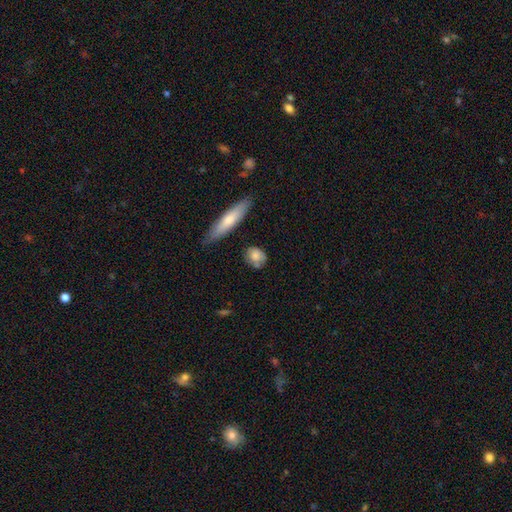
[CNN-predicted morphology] Overall: smooth (76%). How rounded: round (50%; in between 43%). Merging: none (66%).